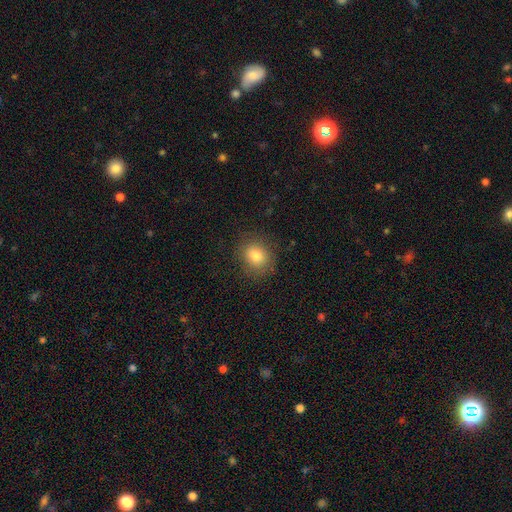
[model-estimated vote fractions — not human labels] Smooth or featured? smooth (79%)
How rounded? round (65%)
Merging? none (84%)